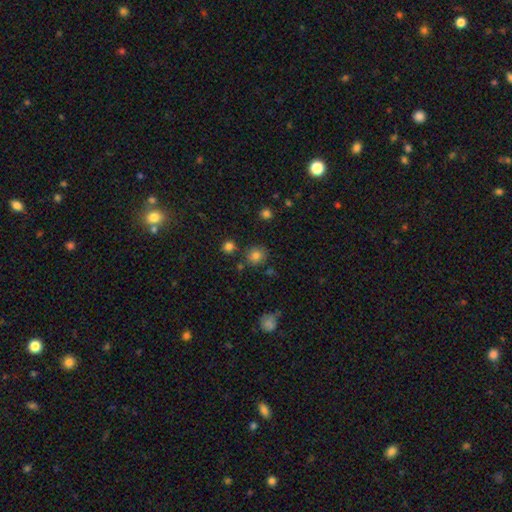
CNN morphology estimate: smooth-or-featured: smooth: 80% | star or artifact: 13% | featured or disk: 6%
  how-rounded: round: 84% | in between: 15% | cigar-shaped: 1%
  merging: none: 79% | minor disturbance: 11% | merger: 6% | major disturbance: 3%